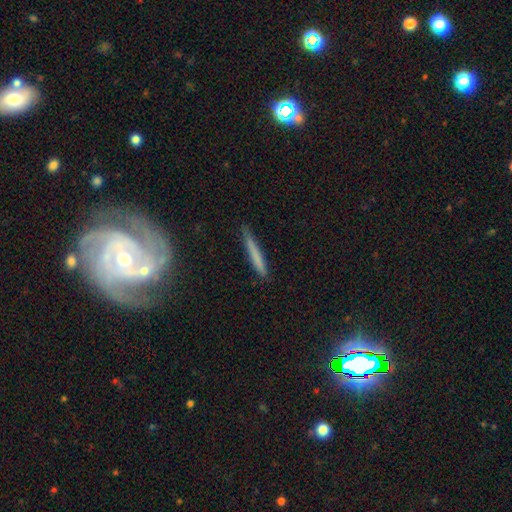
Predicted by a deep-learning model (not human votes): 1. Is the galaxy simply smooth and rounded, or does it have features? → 69% smooth, 24% featured or disk, 7% star or artifact.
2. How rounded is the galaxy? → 96% cigar-shaped, 3% in between, 1% round.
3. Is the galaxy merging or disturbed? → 84% none, 12% minor disturbance, 2% major disturbance, 2% merger.